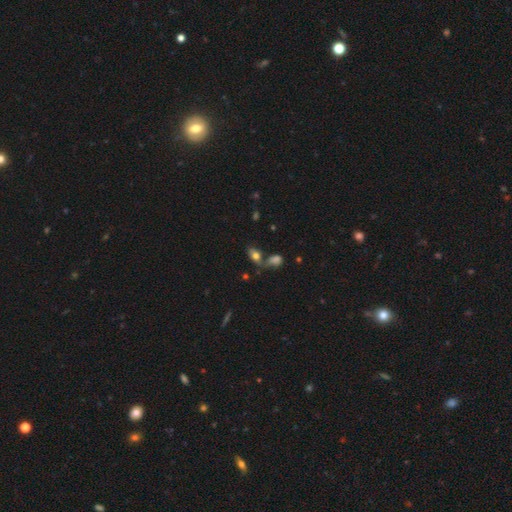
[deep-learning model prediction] Smooth or featured: smooth — 67% (featured or disk — 20%)
How rounded: in between — 82% (round — 12%)
Merging: none — 45% (merger — 34%)